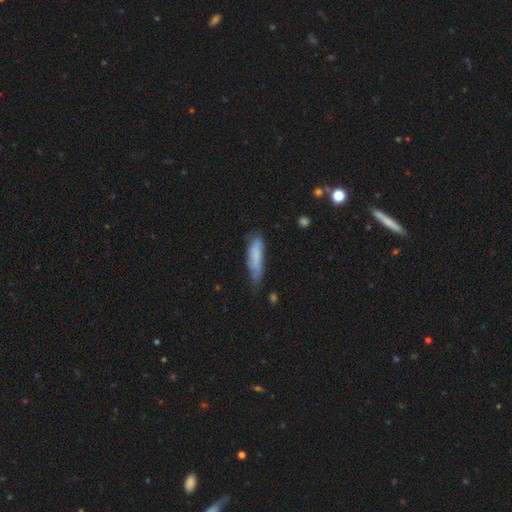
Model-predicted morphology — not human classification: Overall: smooth (71%). How rounded: cigar-shaped (67%; in between 32%). Merging: none (41%; minor disturbance 40%).